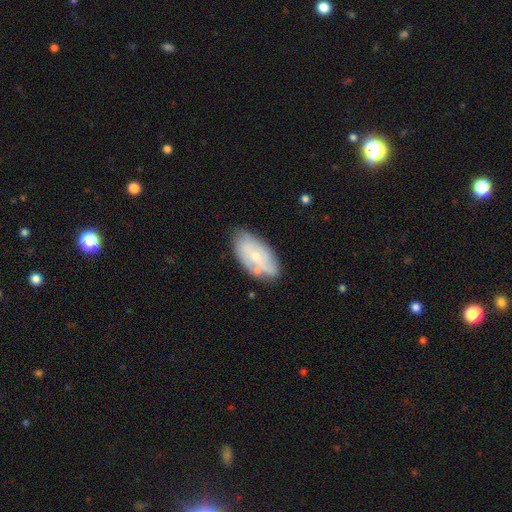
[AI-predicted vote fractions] Smooth or featured? smooth (49%)
Merging? none (65%)